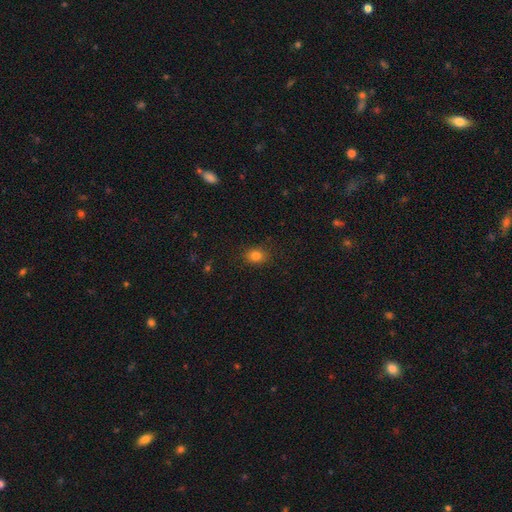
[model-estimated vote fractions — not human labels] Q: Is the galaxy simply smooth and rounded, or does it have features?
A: smooth — 82%.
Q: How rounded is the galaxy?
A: round — 54%.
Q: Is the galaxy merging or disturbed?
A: none — 87%.